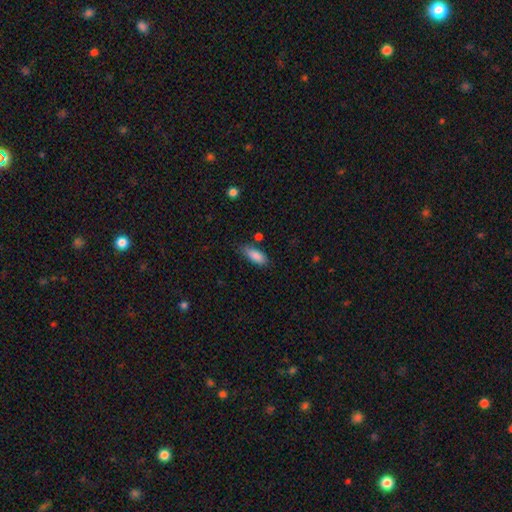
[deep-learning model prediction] The model was most divided on "merging": none: 70%, minor disturbance: 21%, major disturbance: 4%, merger: 4%. More confident: smooth or featured — smooth (87%); how rounded — in between (75%).